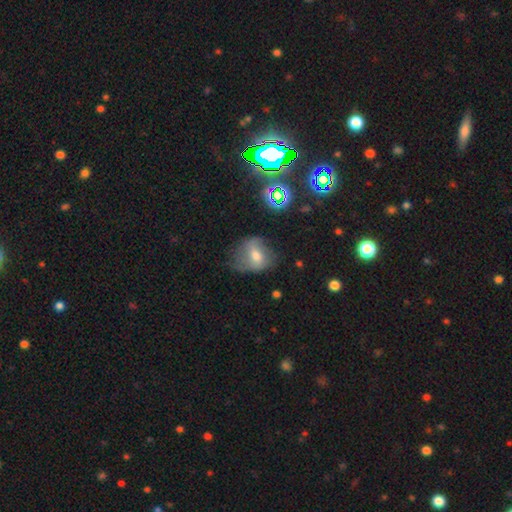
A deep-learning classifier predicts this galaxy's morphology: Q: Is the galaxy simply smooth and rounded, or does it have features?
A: smooth — 46%.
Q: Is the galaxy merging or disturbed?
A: none — 46%.